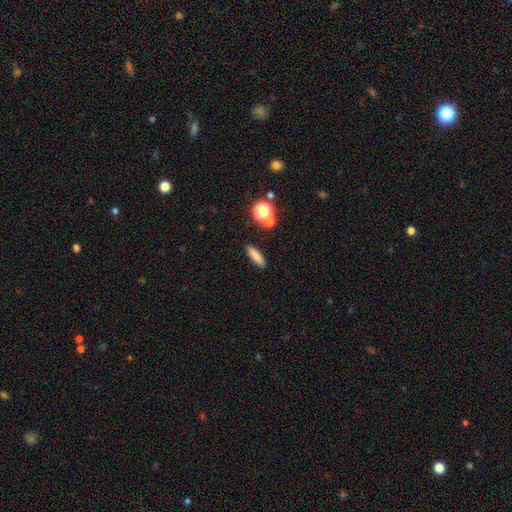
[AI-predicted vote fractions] Smooth or featured? smooth (78%)
How rounded? cigar-shaped (68%)
Merging? none (86%)